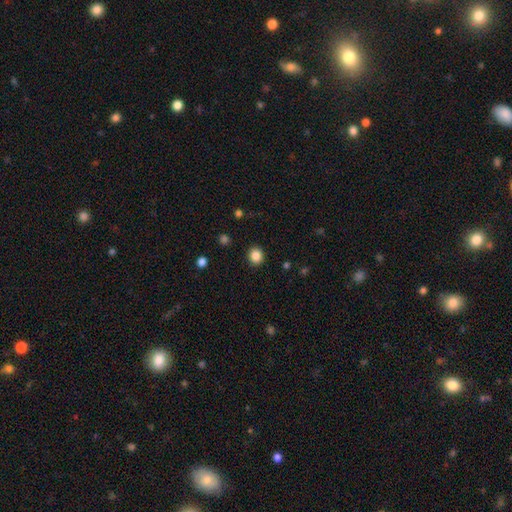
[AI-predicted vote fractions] smooth-or-featured: smooth: 86% | star or artifact: 11% | featured or disk: 4%
  how-rounded: round: 80% | in between: 19% | cigar-shaped: 1%
  merging: none: 91% | minor disturbance: 6% | major disturbance: 2% | merger: 1%